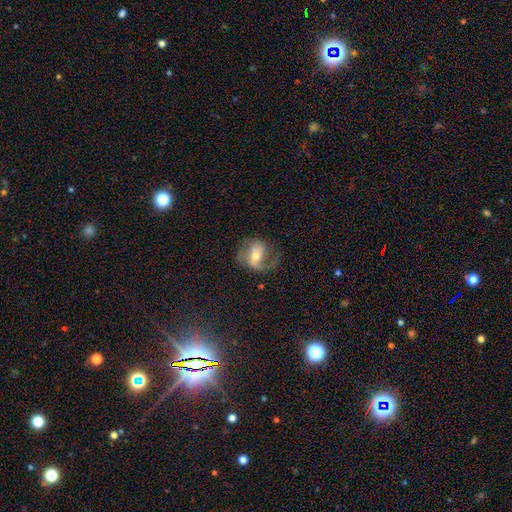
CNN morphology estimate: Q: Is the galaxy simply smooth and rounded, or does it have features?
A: featured or disk — 77%.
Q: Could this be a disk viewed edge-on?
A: no — 97%.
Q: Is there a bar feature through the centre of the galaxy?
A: weak — 42%.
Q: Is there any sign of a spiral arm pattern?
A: yes — 92%.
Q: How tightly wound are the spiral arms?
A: loose — 44%.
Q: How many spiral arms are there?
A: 2 — 58%.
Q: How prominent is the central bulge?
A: moderate — 63%.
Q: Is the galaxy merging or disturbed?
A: none — 54%.